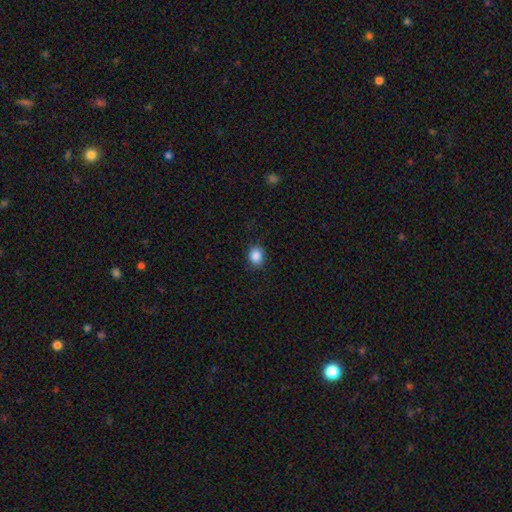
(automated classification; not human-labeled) Q: Smooth or featured?
A: smooth (88%); runner-up: star or artifact (9%)
Q: How rounded?
A: in between (50%); runner-up: round (49%)
Q: Merging?
A: none (88%); runner-up: minor disturbance (9%)